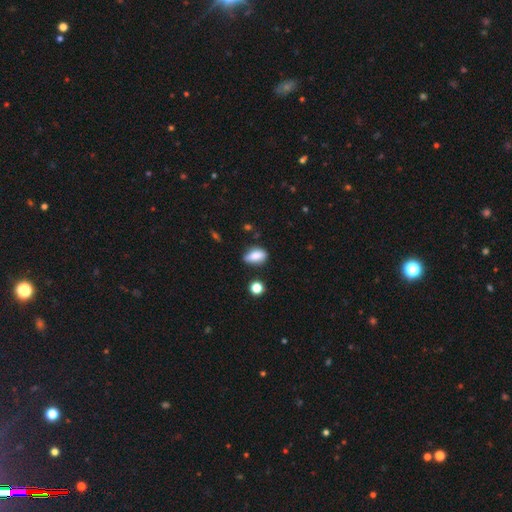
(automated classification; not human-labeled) Overall: smooth (82%). How rounded: in between (84%). Merging: none (67%).